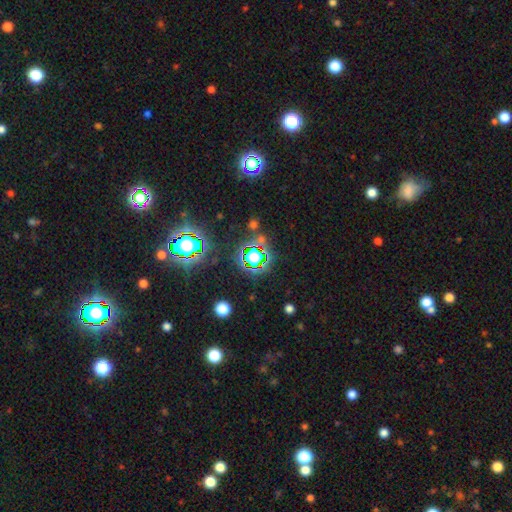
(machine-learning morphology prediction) star or artifact 64%, smooth 25%, featured or disk 11%.